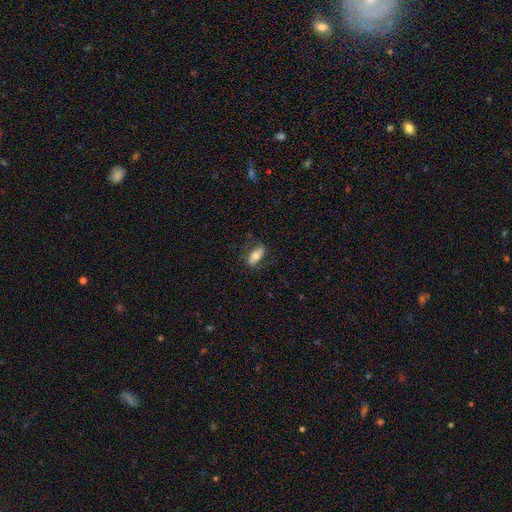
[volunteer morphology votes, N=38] Volunteers were most divided on "smooth or featured": smooth: 71%, featured or disk: 26%, star or artifact: 3%. More confident: how rounded — in between (78%); merging — none (70%).